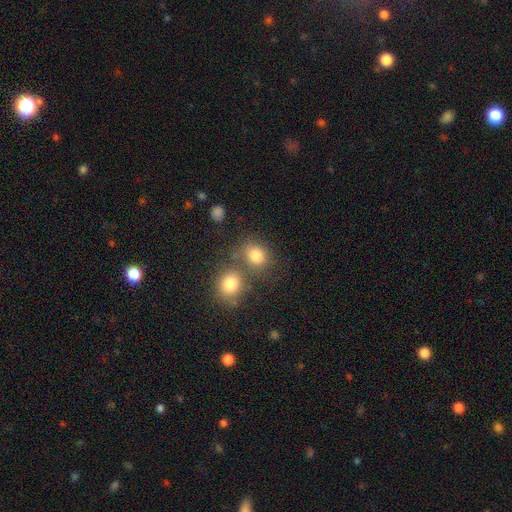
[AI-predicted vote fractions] Smooth or featured?
  - smooth: 80% *
  - star or artifact: 13%
  - featured or disk: 8%
How rounded?
  - round: 64% *
  - in between: 35%
  - cigar-shaped: 1%
Merging?
  - none: 52% *
  - merger: 34%
  - minor disturbance: 10%
  - major disturbance: 5%